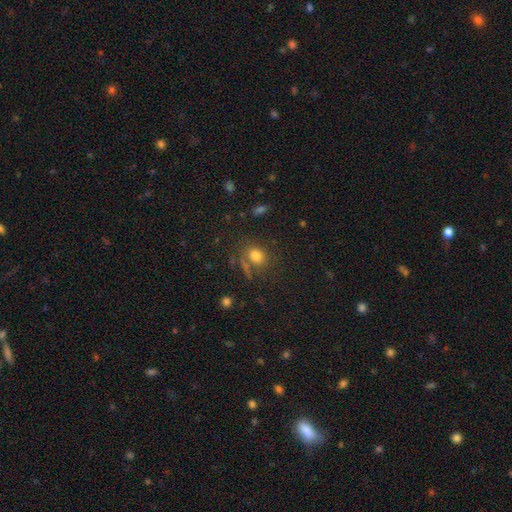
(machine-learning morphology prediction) Smooth or featured? Predicted: smooth (p=0.76). How rounded? Predicted: round (p=0.50). Merging? Predicted: none (p=0.67).